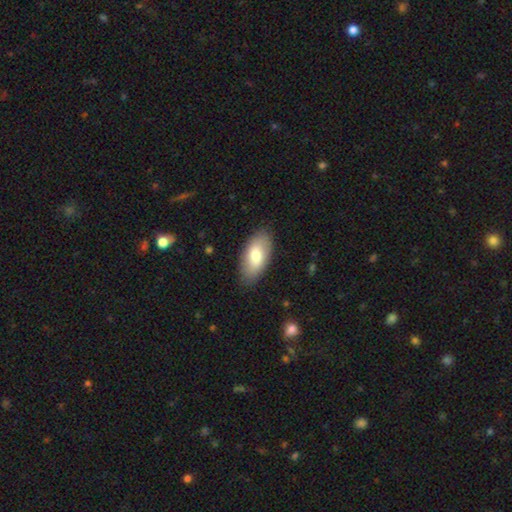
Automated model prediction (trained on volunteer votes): Q: Smooth or featured?
A: smooth (73%); runner-up: featured or disk (21%)
Q: How rounded?
A: in between (93%); runner-up: cigar-shaped (5%)
Q: Merging?
A: none (85%); runner-up: minor disturbance (11%)